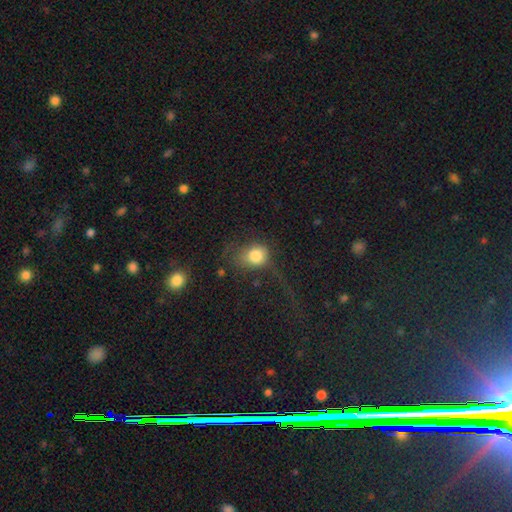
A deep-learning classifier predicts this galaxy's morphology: A smooth galaxy with no disk features (78%) that is round (60%). Merging: none (38%).